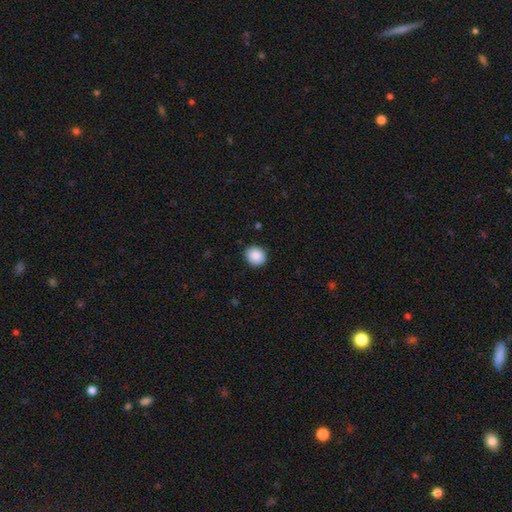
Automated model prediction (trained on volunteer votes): Q: Smooth or featured?
A: smooth (89%); runner-up: star or artifact (8%)
Q: How rounded?
A: round (74%); runner-up: in between (25%)
Q: Merging?
A: none (90%); runner-up: minor disturbance (7%)